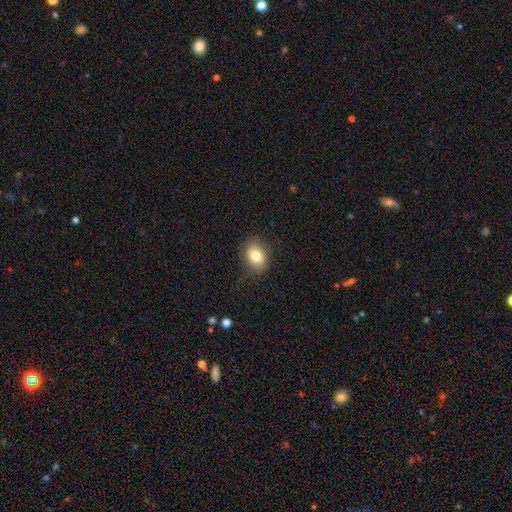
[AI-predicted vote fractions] This appears to be a smooth galaxy with no disk features (79%) that is in between round and cigar-shaped (67%). Merging: none (82%).